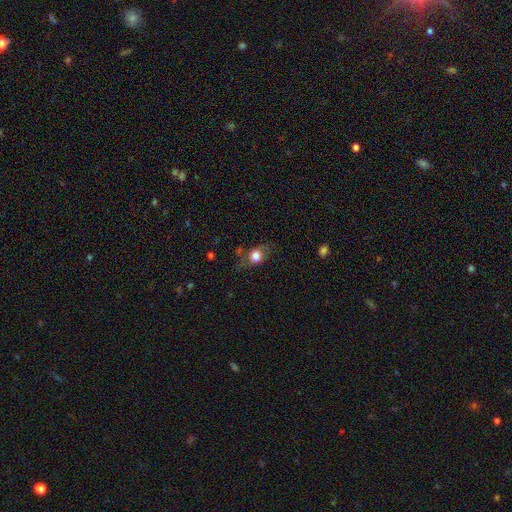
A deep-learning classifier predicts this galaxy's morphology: Q: Smooth or featured?
A: smooth (72%); runner-up: featured or disk (18%)
Q: How rounded?
A: in between (53%); runner-up: round (44%)
Q: Merging?
A: none (63%); runner-up: minor disturbance (23%)